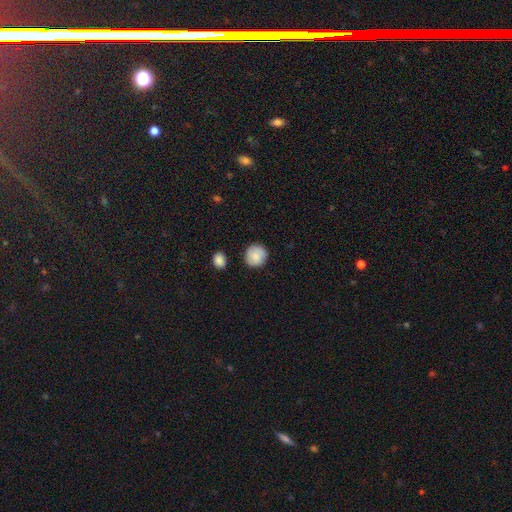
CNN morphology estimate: type=smooth (83%); roundness=round (90%); merging=none (84%).